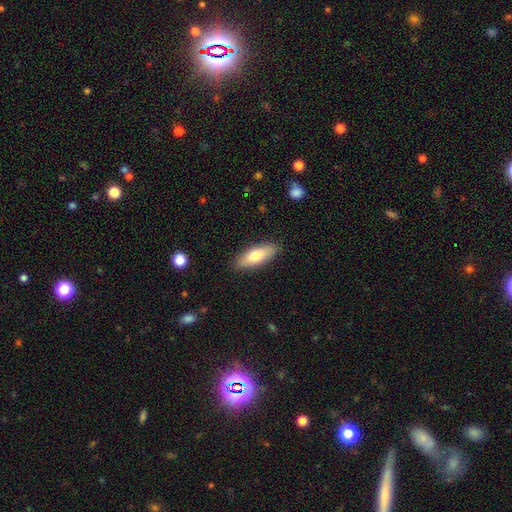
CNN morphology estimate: A smooth galaxy with no disk features (75%) that is in between round and cigar-shaped (68%).

Vote fractions:
- Smooth or featured? smooth: 75% / featured or disk: 19% / star or artifact: 6%
- How rounded? in between: 68% / cigar-shaped: 29% / round: 2%
- Merging? none: 88% / minor disturbance: 9% / major disturbance: 2% / merger: 1%